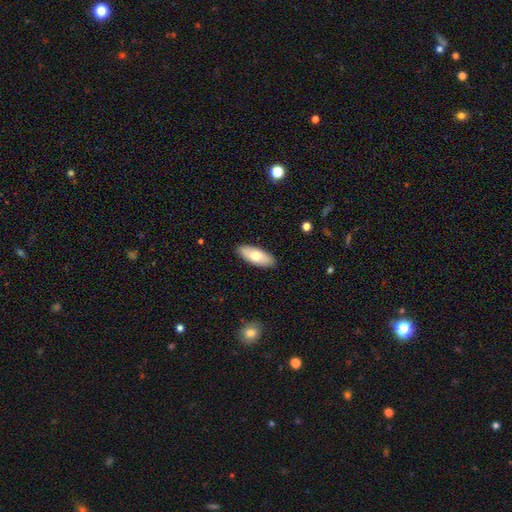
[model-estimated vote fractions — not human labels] Morphology: type=smooth (69%); roundness=in between (83%); merging=none (89%).